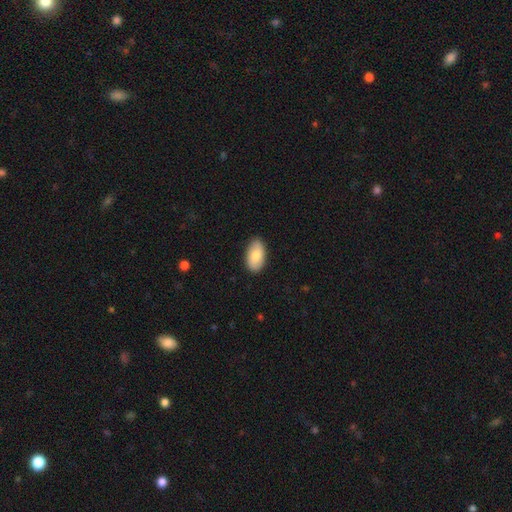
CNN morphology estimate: This appears to be a smooth galaxy with no disk features (81%) that is in between round and cigar-shaped (95%). Merging: none (87%).